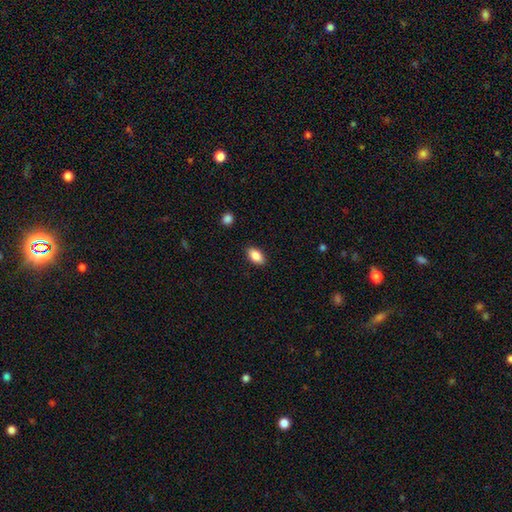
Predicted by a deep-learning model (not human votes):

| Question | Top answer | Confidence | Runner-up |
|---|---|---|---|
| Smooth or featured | smooth | 86% | star or artifact (8%) |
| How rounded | in between | 92% | round (5%) |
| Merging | none | 88% | minor disturbance (9%) |